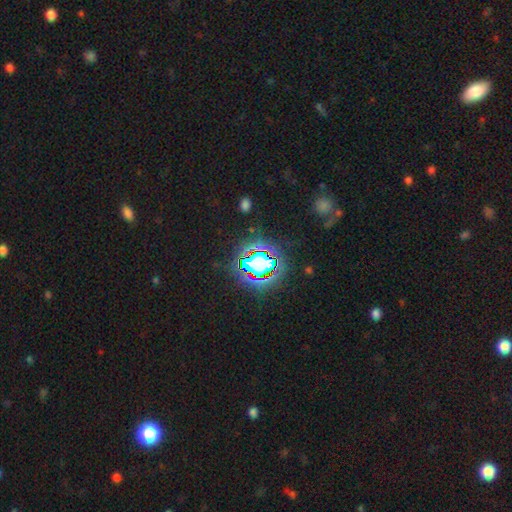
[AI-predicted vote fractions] smooth_or_featured: star or artifact (p=0.79) [alt: smooth p=0.13]